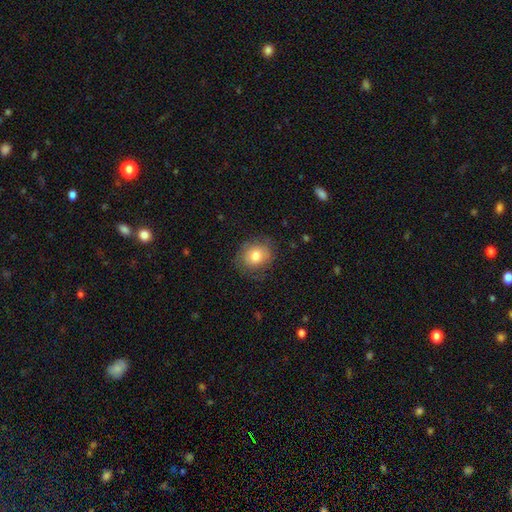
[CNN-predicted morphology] A smooth galaxy with no disk features (76%) that is round (70%). Merging: none (77%).